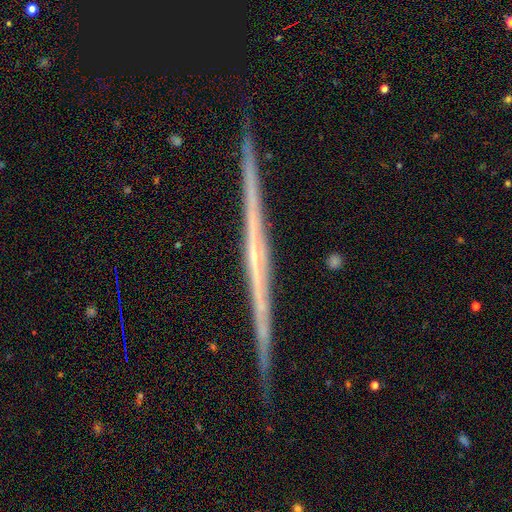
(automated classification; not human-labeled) This is likely a featured or disk galaxy (79%). It is clearly viewed edge-on (98%). Edge-on bulge: likely none (65%). Merging: clearly none (91%).